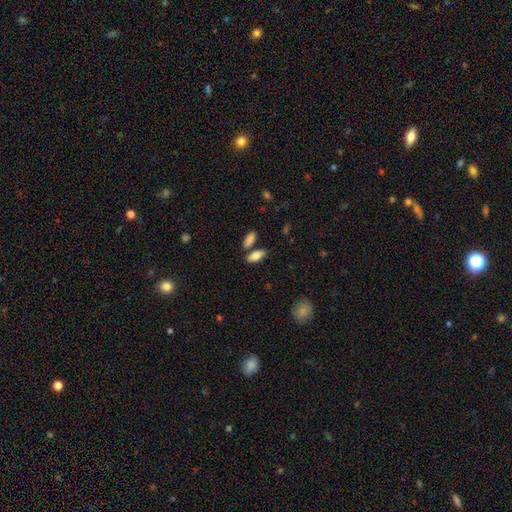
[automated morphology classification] Smooth or featured? Predicted: smooth (p=0.83). How rounded? Predicted: in between (p=0.81). Merging? Predicted: none (p=0.70).